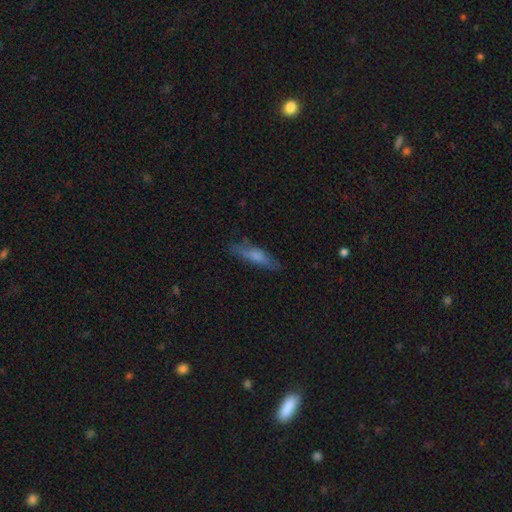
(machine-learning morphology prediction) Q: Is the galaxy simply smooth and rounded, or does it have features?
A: smooth — 61%.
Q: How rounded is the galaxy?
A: cigar-shaped — 72%.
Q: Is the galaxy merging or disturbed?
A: none — 72%.